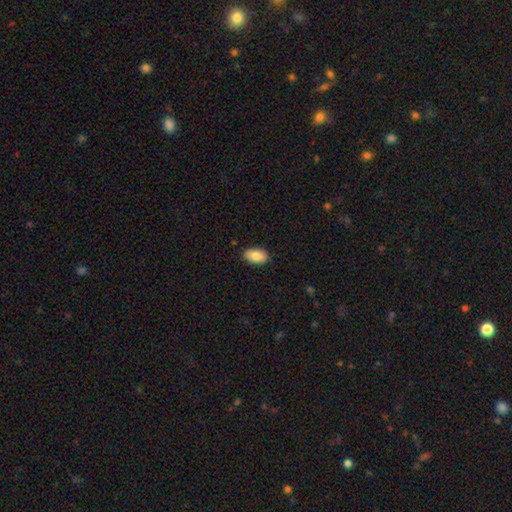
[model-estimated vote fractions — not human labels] Morphology: type=smooth (86%); roundness=in between (94%); merging=none (88%).